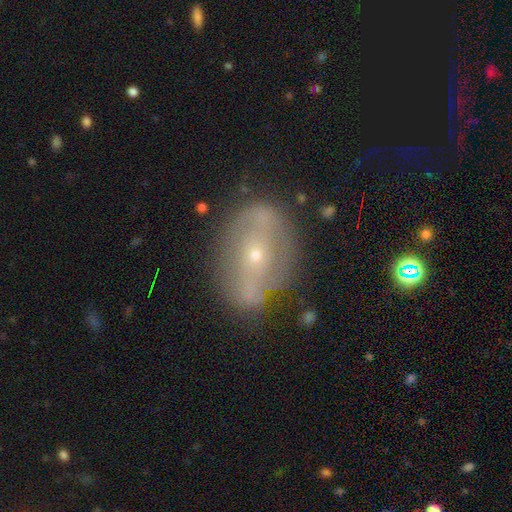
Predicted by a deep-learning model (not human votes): A featured or disk galaxy (73%) with no bar (39%), spiral arms (54%) and a small central bulge (71%). Merging: none (72%).